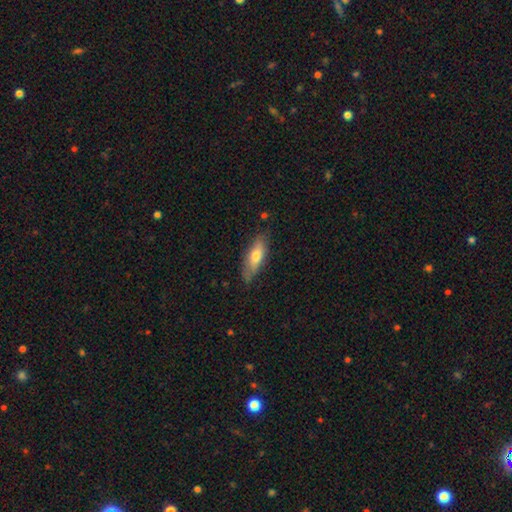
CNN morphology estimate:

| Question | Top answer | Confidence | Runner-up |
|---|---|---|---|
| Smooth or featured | smooth | 65% | featured or disk (29%) |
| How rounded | in between | 55% | cigar-shaped (43%) |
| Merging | none | 76% | minor disturbance (19%) |